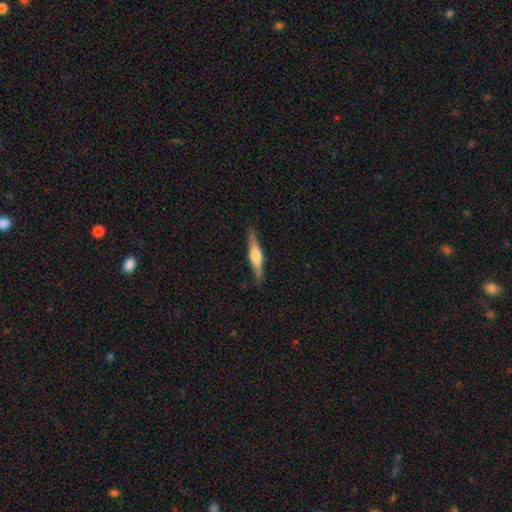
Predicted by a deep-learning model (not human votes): Smooth or featured?
  - featured or disk: 66% *
  - smooth: 28%
  - star or artifact: 6%
Edge-on disk?
  - yes: 97% *
  - no: 3%
Edge-on bulge?
  - rounded: 85% *
  - boxy: 11%
  - none: 4%
Merging?
  - none: 88% *
  - minor disturbance: 9%
  - major disturbance: 2%
  - merger: 1%